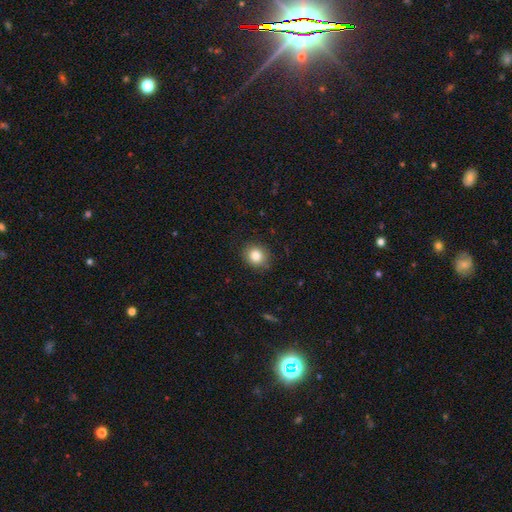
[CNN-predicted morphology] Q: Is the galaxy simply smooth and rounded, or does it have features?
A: smooth — 85%.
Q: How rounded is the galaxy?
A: round — 75%.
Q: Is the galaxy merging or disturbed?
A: none — 86%.